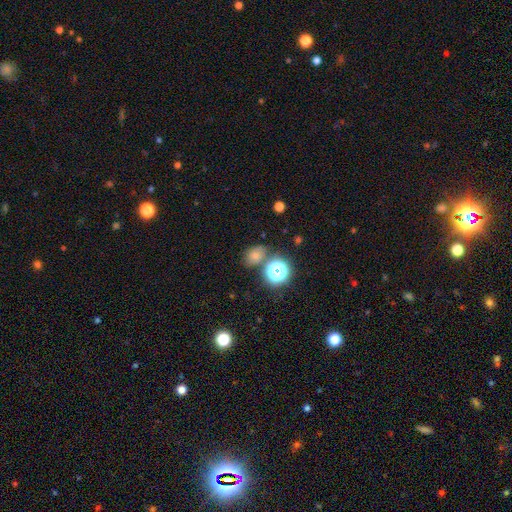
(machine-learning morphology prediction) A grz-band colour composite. It shows a smooth galaxy with no disk features (63%) that is in between round and cigar-shaped (52%). Merging: none (67%).